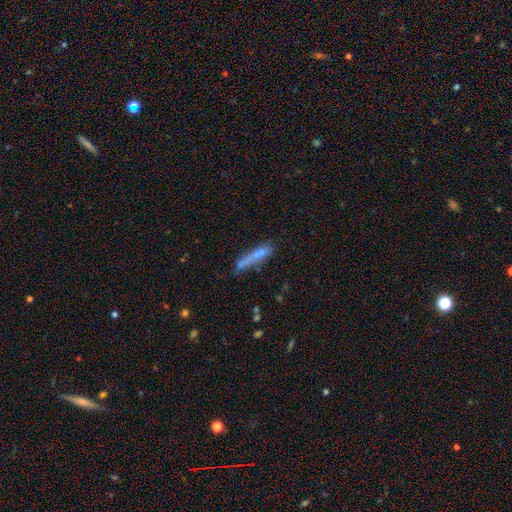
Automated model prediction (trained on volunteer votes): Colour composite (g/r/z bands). It shows a smooth galaxy with no disk features (60%) that is cigar-shaped (87%). Merging: none (55%).